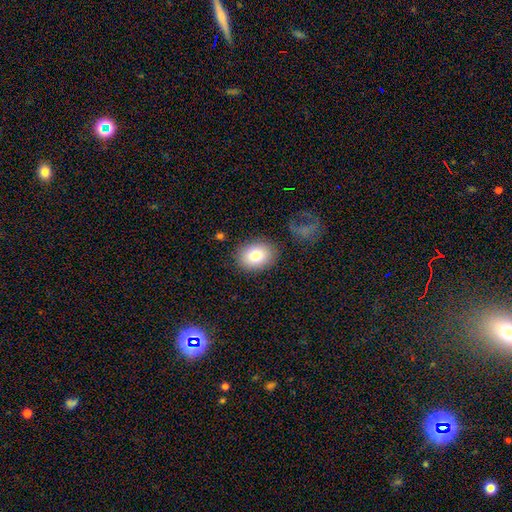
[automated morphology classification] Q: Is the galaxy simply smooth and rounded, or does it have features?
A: smooth — 80%.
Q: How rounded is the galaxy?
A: in between — 56%.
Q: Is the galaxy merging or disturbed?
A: none — 84%.